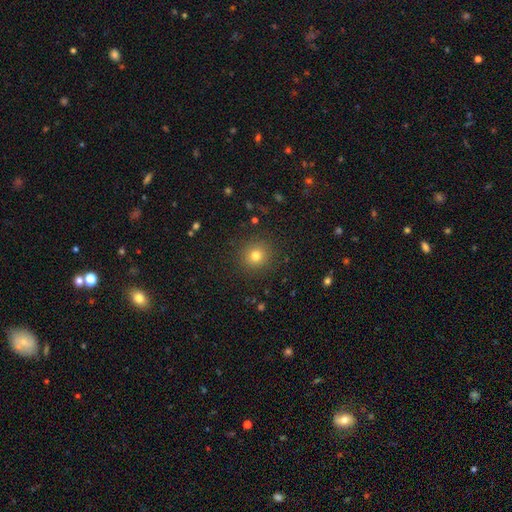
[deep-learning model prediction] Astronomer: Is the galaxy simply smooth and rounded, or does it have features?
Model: smooth — 77%.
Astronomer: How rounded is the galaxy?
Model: round — 93%.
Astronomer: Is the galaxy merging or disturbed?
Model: none — 90%.